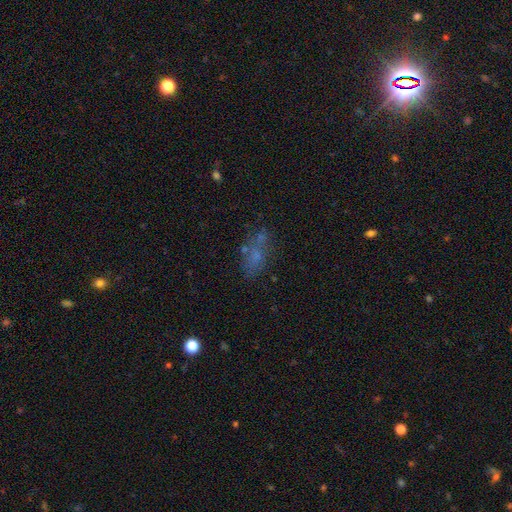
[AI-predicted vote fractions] smooth-or-featured: smooth: 53% | featured or disk: 27% | star or artifact: 21%
  how-rounded: in between: 77% | cigar-shaped: 12% | round: 11%
  merging: none: 55% | minor disturbance: 18% | merger: 15% | major disturbance: 12%